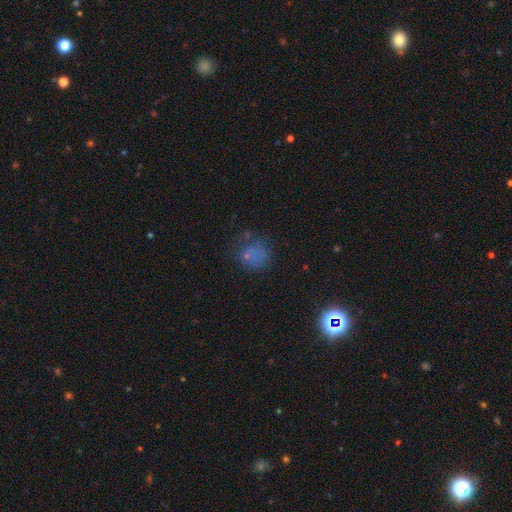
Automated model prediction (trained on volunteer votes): Smooth or featured? Predicted: smooth (p=0.51). How rounded? Predicted: round (p=0.81). Merging? Predicted: none (p=0.61).